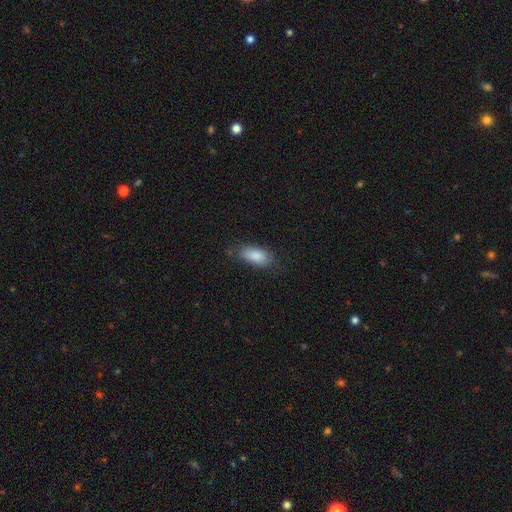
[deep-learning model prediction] Q: Smooth or featured?
A: smooth (87%); runner-up: star or artifact (7%)
Q: How rounded?
A: in between (88%); runner-up: cigar-shaped (9%)
Q: Merging?
A: none (77%); runner-up: minor disturbance (17%)